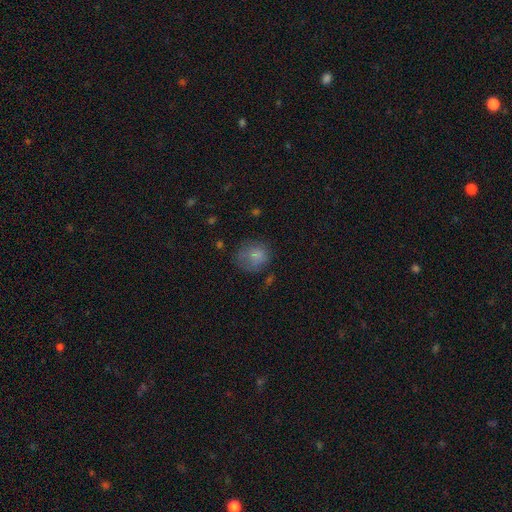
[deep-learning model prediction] Smooth or featured? smooth (77%)
How rounded? round (76%)
Merging? none (60%)